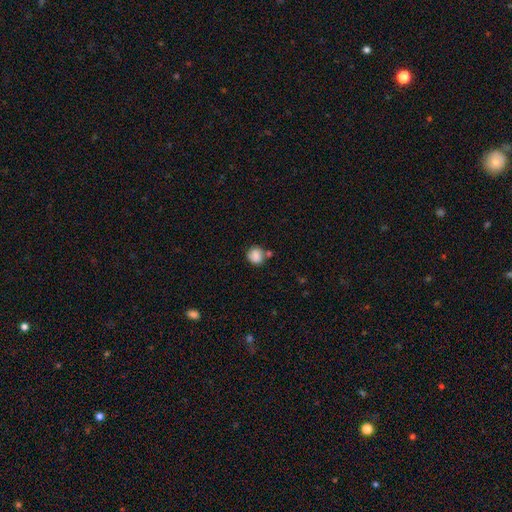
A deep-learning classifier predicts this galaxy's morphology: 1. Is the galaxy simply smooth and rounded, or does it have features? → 79% smooth, 11% featured or disk, 9% star or artifact.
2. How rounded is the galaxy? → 76% round, 23% in between, 1% cigar-shaped.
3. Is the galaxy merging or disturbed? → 59% none, 18% minor disturbance, 17% merger, 6% major disturbance.